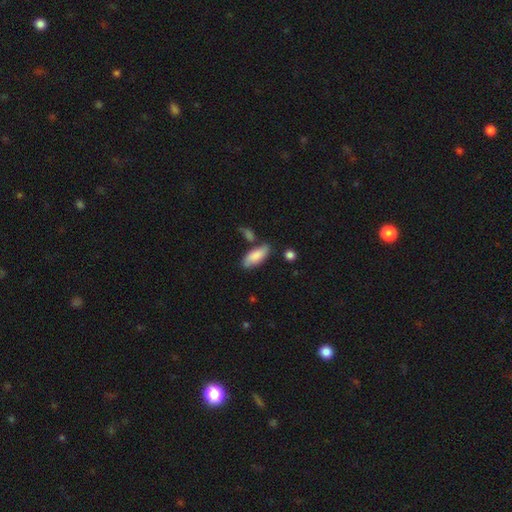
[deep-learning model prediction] This is clearly a smooth galaxy (80%). How rounded: clearly in between (81%). Merging: likely none (65%).